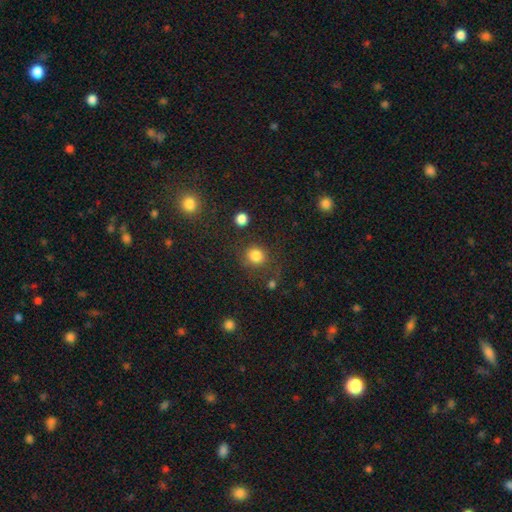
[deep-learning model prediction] A smooth galaxy with no disk features (82%) that is round (87%). Merging: none (74%).